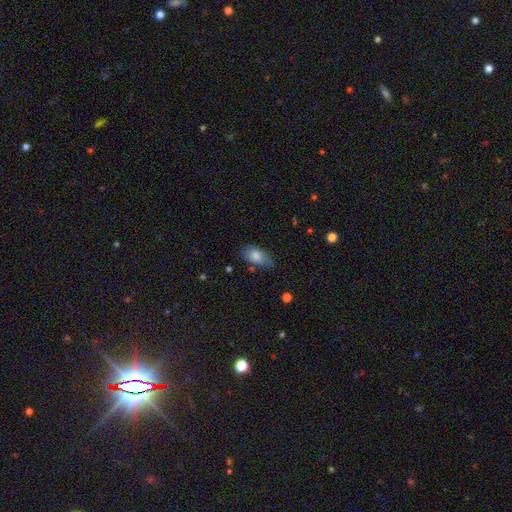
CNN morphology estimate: Overall: smooth (75%). How rounded: in between (91%). Merging: none (65%; minor disturbance 26%).